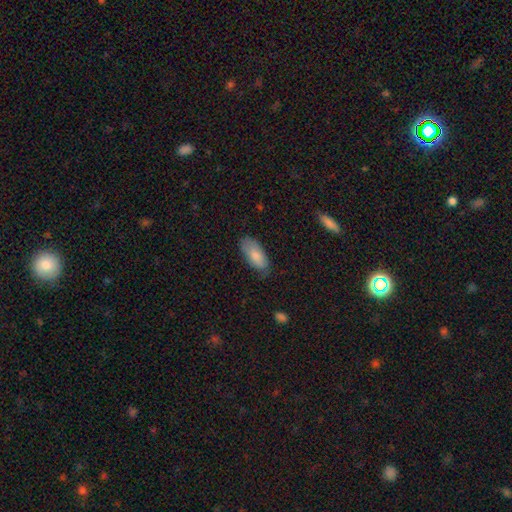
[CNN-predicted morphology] The model was most divided on "merging": none: 70%, minor disturbance: 24%, major disturbance: 5%, merger: 1%. More confident: how rounded — in between (89%); smooth or featured — smooth (82%).